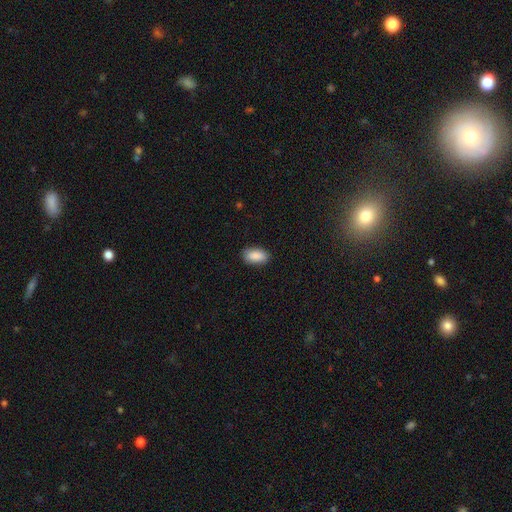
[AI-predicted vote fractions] smooth 89%, star or artifact 7%, featured or disk 4%. Down the decision tree: how rounded — in between (93%); merging — none (87%).